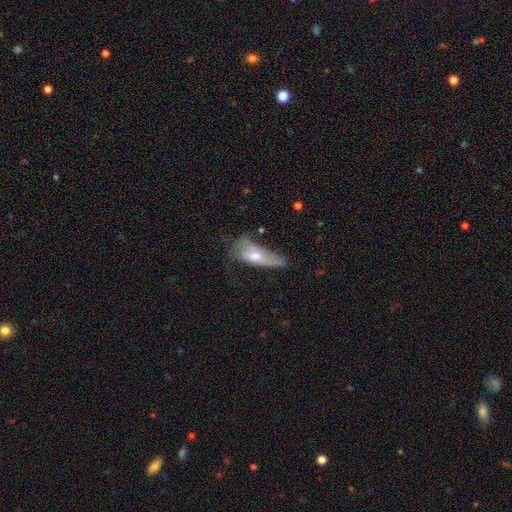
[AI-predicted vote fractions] Smooth or featured? smooth (51%)
How rounded? in between (61%)
Merging? major disturbance (37%)